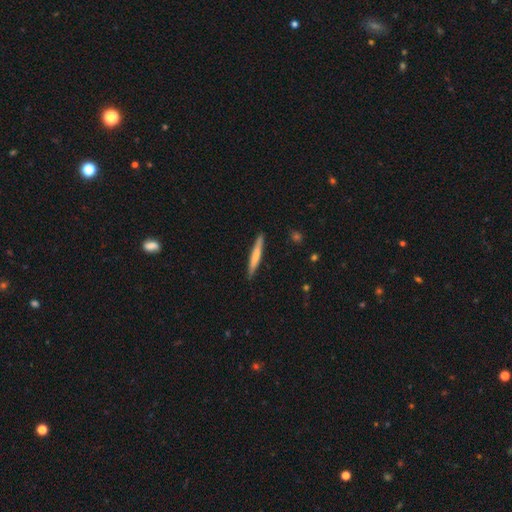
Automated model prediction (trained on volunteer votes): Morphology: type=smooth (67%); roundness=cigar-shaped (96%); merging=none (89%).